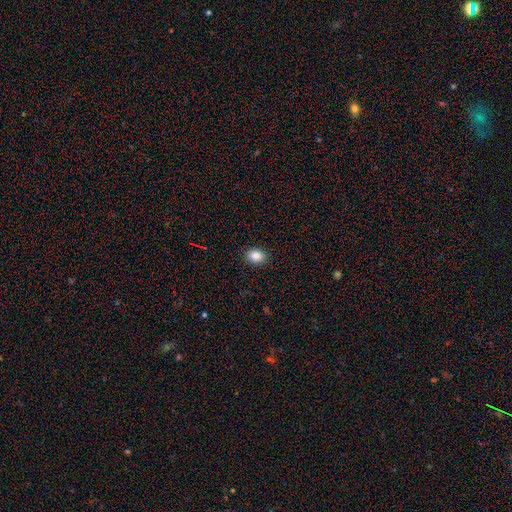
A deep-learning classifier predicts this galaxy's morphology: A smooth galaxy with no disk features (86%) that is in between round and cigar-shaped (68%).

Vote fractions:
- Smooth or featured? smooth: 86% / star or artifact: 9% / featured or disk: 5%
- How rounded? in between: 68% / round: 31% / cigar-shaped: 1%
- Merging? none: 89% / minor disturbance: 8% / major disturbance: 2% / merger: 1%